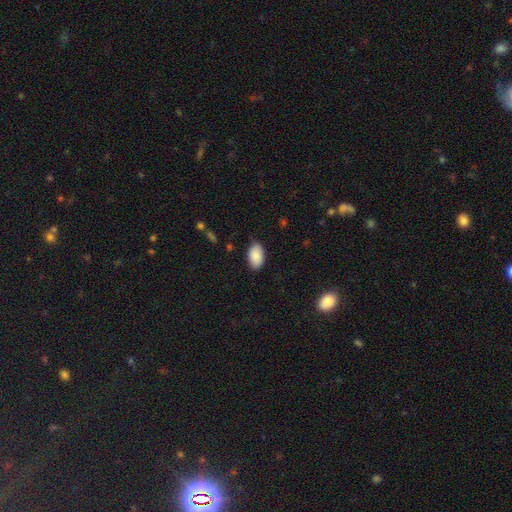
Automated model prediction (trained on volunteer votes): Q: Smooth or featured?
A: smooth (87%); runner-up: featured or disk (7%)
Q: How rounded?
A: in between (93%); runner-up: round (5%)
Q: Merging?
A: none (83%); runner-up: minor disturbance (13%)